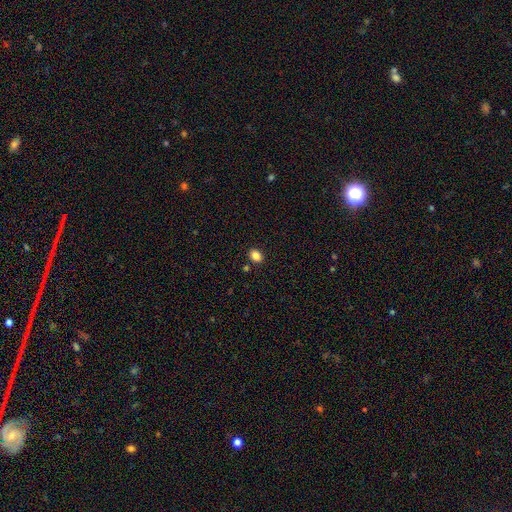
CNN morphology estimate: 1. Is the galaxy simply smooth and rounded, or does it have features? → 84% smooth, 11% star or artifact, 5% featured or disk.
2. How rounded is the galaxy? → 62% in between, 37% round, 1% cigar-shaped.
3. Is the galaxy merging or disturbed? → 86% none, 8% minor disturbance, 3% merger, 2% major disturbance.